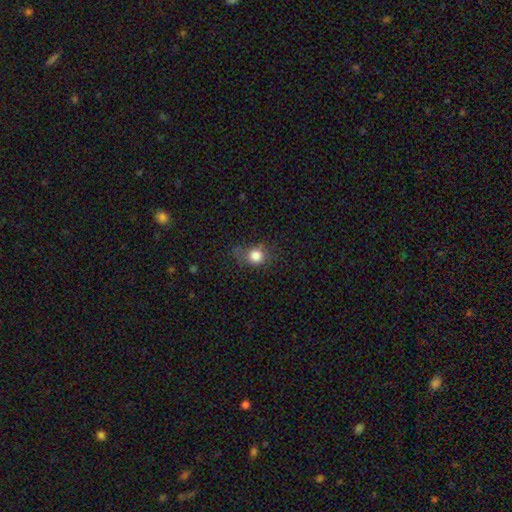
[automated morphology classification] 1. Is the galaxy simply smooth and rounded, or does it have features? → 82% smooth, 11% star or artifact, 7% featured or disk.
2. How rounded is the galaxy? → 77% round, 22% in between, 1% cigar-shaped.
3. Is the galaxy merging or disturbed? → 61% none, 25% minor disturbance, 11% major disturbance, 2% merger.